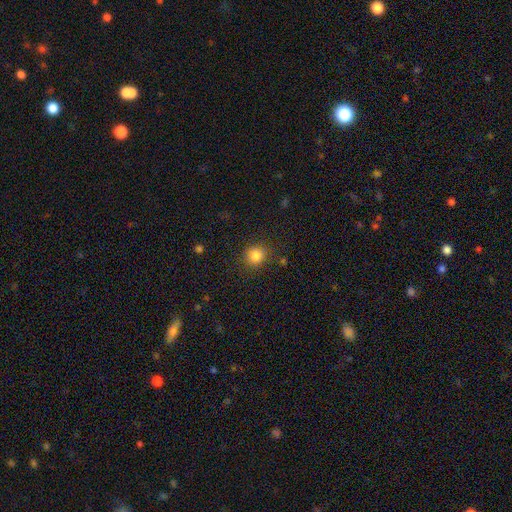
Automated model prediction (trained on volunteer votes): The model was most divided on "smooth or featured": smooth: 84%, star or artifact: 11%, featured or disk: 5%. More confident: how rounded — round (87%); merging — none (86%).